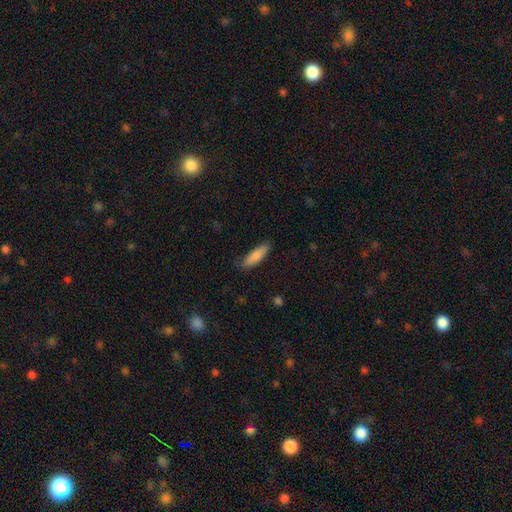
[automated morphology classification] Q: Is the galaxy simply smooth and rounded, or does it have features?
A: smooth — 86%.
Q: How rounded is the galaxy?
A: cigar-shaped — 60%.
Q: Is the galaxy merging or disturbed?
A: none — 85%.